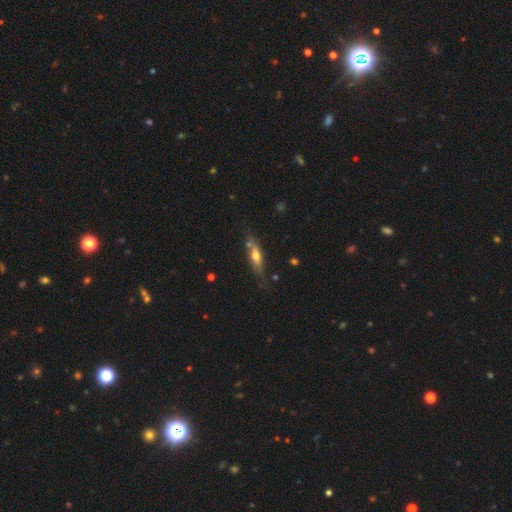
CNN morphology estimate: Smooth or featured: smooth — 52% (featured or disk — 41%)
How rounded: cigar-shaped — 57% (in between — 40%)
Merging: none — 65% (minor disturbance — 21%)